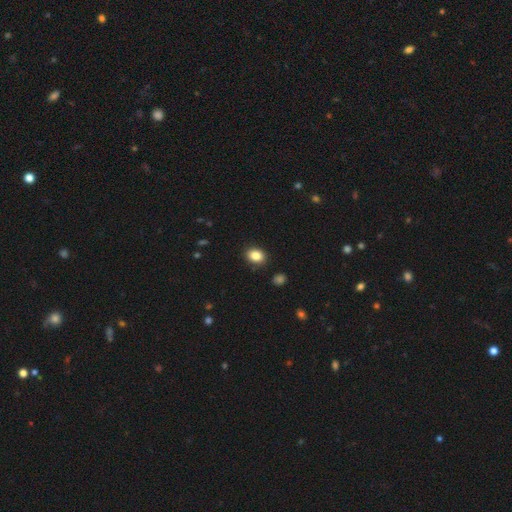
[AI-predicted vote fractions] Smooth or featured: smooth — 86% (star or artifact — 9%)
How rounded: in between — 58% (round — 41%)
Merging: none — 88% (minor disturbance — 8%)